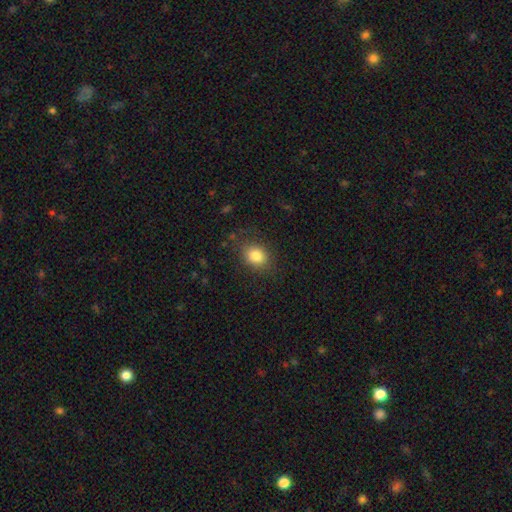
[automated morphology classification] Smooth or featured?
  - smooth: 83% *
  - star or artifact: 10%
  - featured or disk: 7%
How rounded?
  - in between: 51% *
  - round: 48%
  - cigar-shaped: 1%
Merging?
  - none: 81% *
  - minor disturbance: 13%
  - major disturbance: 5%
  - merger: 1%